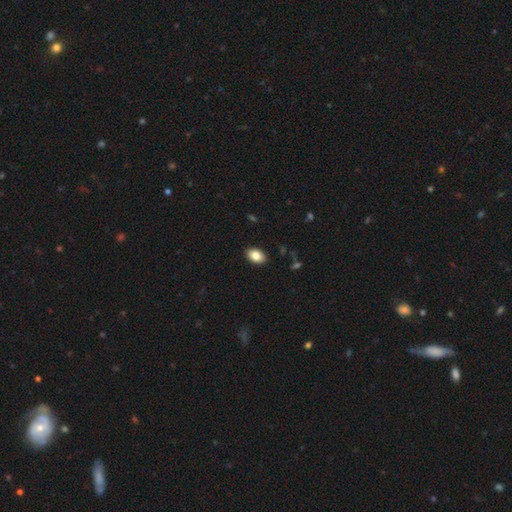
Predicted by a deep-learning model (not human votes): Smooth or featured? smooth (84%)
How rounded? in between (89%)
Merging? none (89%)